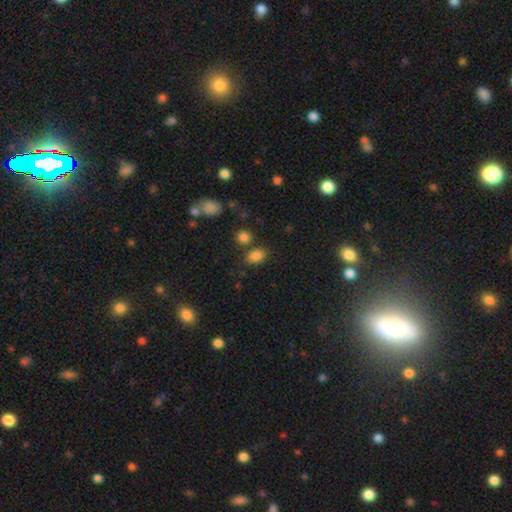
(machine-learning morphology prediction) The model was most divided on "how rounded": in between: 66%, round: 33%, cigar-shaped: 1%. More confident: smooth or featured — smooth (82%); merging — none (70%).